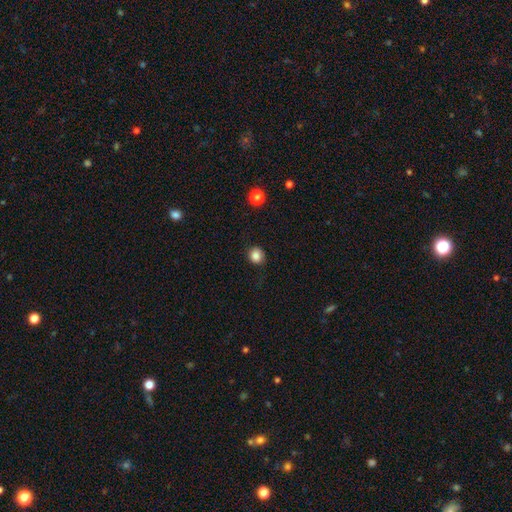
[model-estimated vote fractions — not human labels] smooth 84%, star or artifact 11%, featured or disk 5%. Down the decision tree: how rounded — round (78%); merging — none (83%).